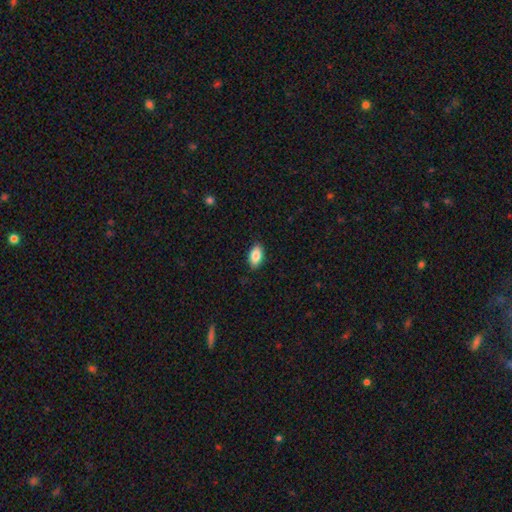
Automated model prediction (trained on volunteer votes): smooth-or-featured: smooth: 85% | featured or disk: 7% | star or artifact: 7%
  how-rounded: in between: 92% | round: 5% | cigar-shaped: 3%
  merging: none: 87% | minor disturbance: 10% | major disturbance: 2% | merger: 1%